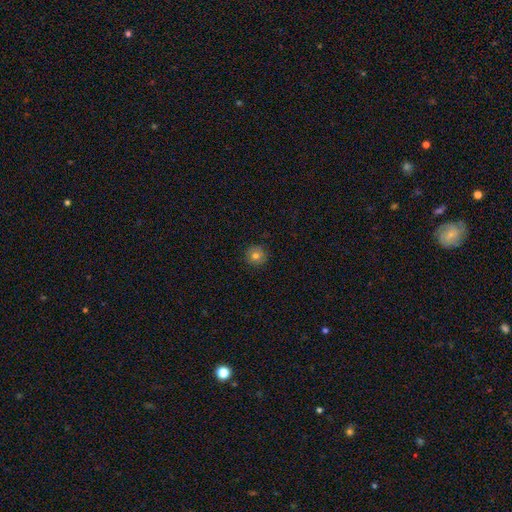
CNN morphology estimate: Smooth or featured: smooth — 76% (featured or disk — 12%)
How rounded: round — 95% (in between — 4%)
Merging: none — 90% (minor disturbance — 7%)